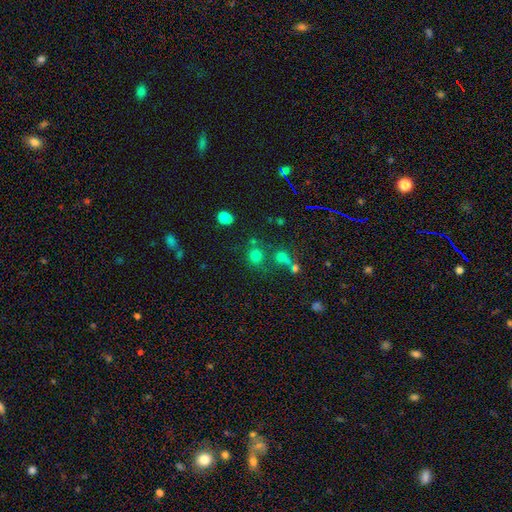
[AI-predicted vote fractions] The model was most divided on "merging": none: 65%, merger: 19%, minor disturbance: 11%, major disturbance: 6%. More confident: how rounded — round (85%); smooth or featured — smooth (72%).